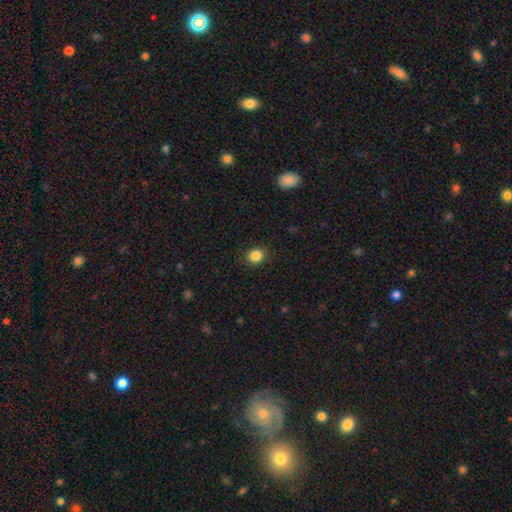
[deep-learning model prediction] A smooth galaxy with no disk features (86%) that is round (66%).

Vote fractions:
- Smooth or featured? smooth: 86% / star or artifact: 10% / featured or disk: 4%
- How rounded? round: 66% / in between: 33% / cigar-shaped: 1%
- Merging? none: 90% / minor disturbance: 7% / major disturbance: 2% / merger: 1%